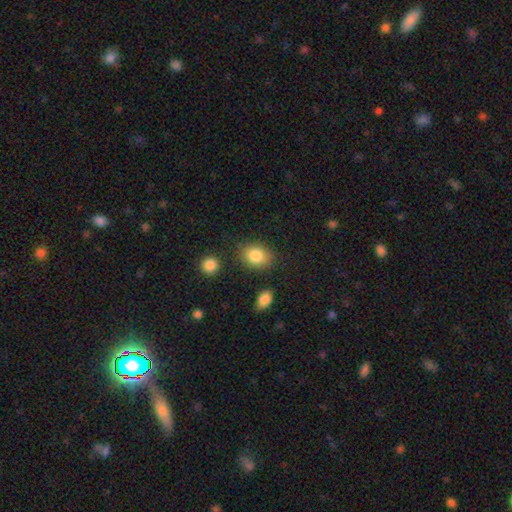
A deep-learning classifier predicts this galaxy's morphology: smooth_or_featured: smooth (p=0.85) [alt: star or artifact p=0.08]
how_rounded: in between (p=0.63) [alt: round p=0.36]
merging: none (p=0.78) [alt: minor disturbance p=0.13]